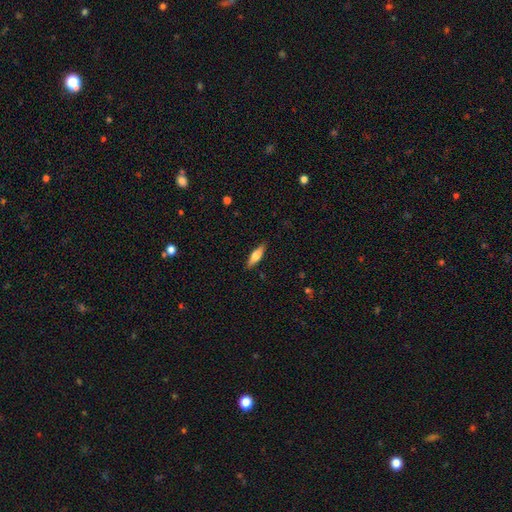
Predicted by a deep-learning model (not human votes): A smooth galaxy with no disk features (59%) that is cigar-shaped (56%). Merging: none (87%).